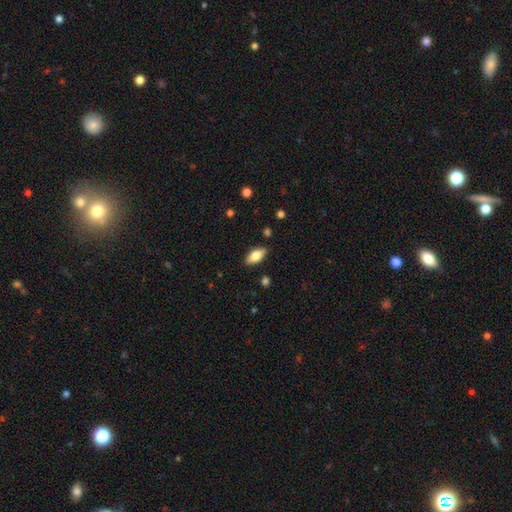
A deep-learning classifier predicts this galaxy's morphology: A smooth galaxy with no disk features (74%) that is in between round and cigar-shaped (87%). Merging: none (87%).